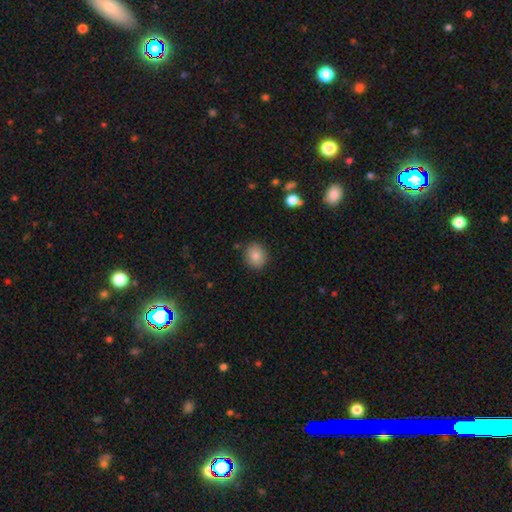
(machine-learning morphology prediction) A smooth galaxy with no disk features (83%) that is round (68%). Merging: none (87%).